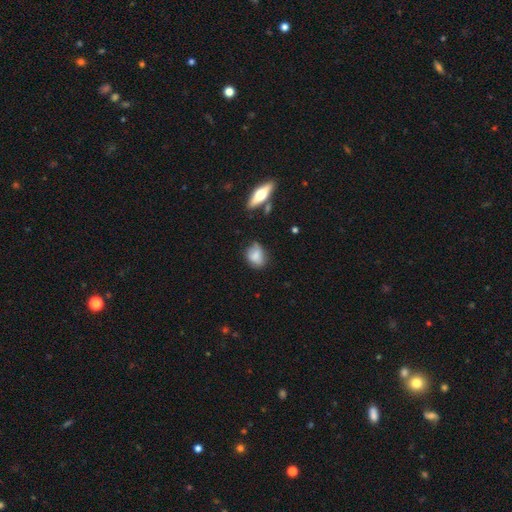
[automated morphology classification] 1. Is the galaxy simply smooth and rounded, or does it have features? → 78% smooth, 13% featured or disk, 8% star or artifact.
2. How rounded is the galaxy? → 67% in between, 31% round, 2% cigar-shaped.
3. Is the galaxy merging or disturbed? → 61% none, 29% minor disturbance, 7% major disturbance, 3% merger.